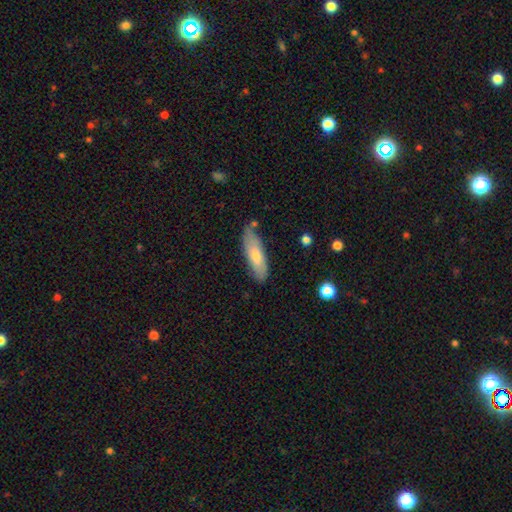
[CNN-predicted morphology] smooth_or_featured: smooth (p=0.70) [alt: featured or disk p=0.24]
how_rounded: cigar-shaped (p=0.51) [alt: in between p=0.47]
merging: none (p=0.76) [alt: minor disturbance p=0.17]